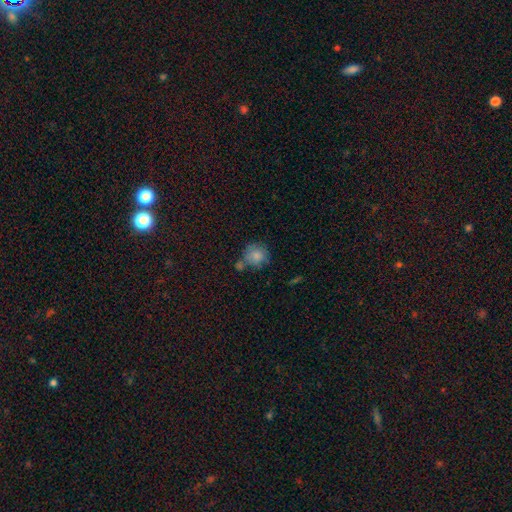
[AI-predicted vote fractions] A smooth galaxy with no disk features (83%) that is round (88%). Merging: none (57%).